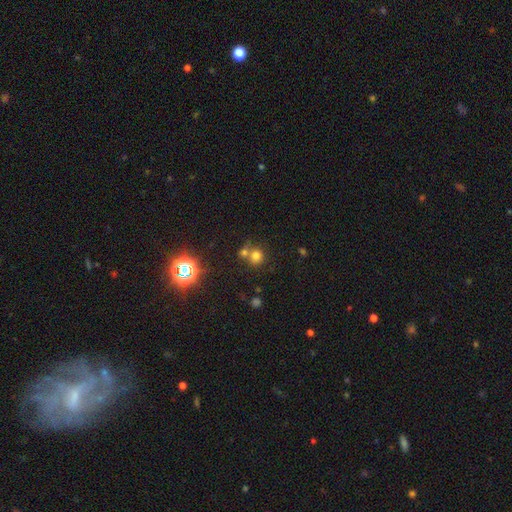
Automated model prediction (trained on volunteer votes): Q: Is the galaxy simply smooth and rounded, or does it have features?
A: smooth — 72%.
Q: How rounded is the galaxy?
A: round — 85%.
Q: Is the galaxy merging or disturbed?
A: none — 52%.